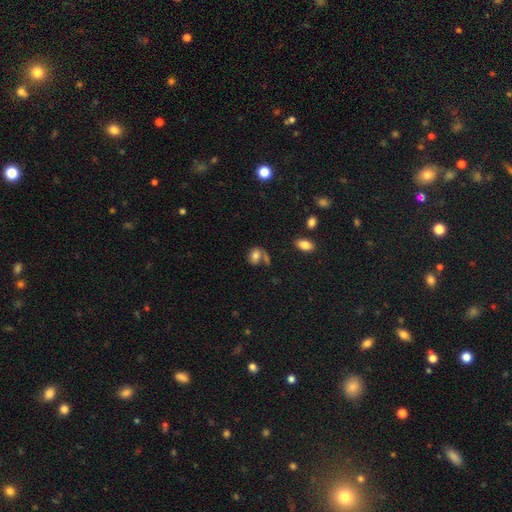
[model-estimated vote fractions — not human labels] A smooth galaxy with no disk features (75%) that is in between round and cigar-shaped (75%). Merging: none (47%).